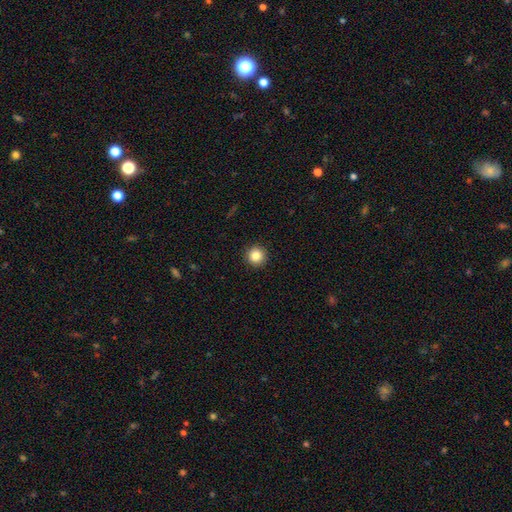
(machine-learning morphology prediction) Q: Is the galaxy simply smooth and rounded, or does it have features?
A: smooth — 85%.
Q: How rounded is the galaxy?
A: round — 96%.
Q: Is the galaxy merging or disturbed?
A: none — 93%.